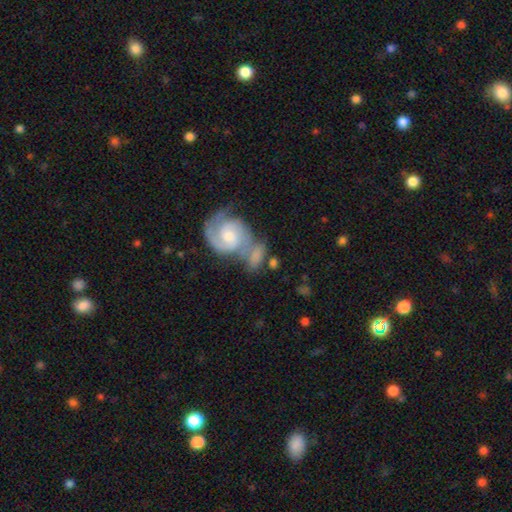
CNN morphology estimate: This is likely a featured or disk galaxy (60%). It is clearly not viewed edge-on (96%). Bar: possibly no (53%). Spiral arm pattern: clearly yes (90%). Spiral arm count: clearly 2 (82%). Spiral winding: marginally medium (45%). Central bulge: marginally moderate (44%). Merging: possibly merger (51%).